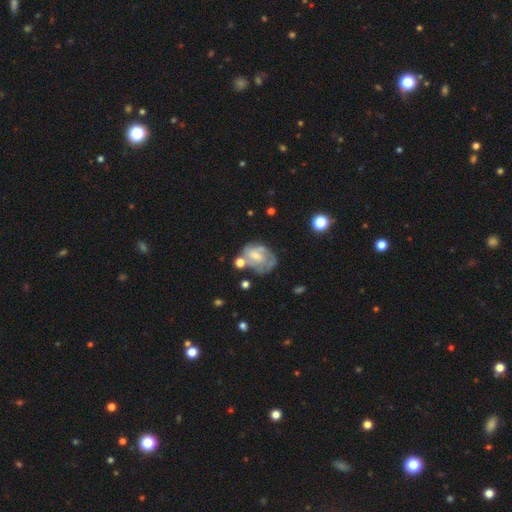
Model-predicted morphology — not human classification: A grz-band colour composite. It shows a featured or disk galaxy (66%) with no bar (47%), spiral arms (72%) and a small central bulge (56%). Merging: none (43%).